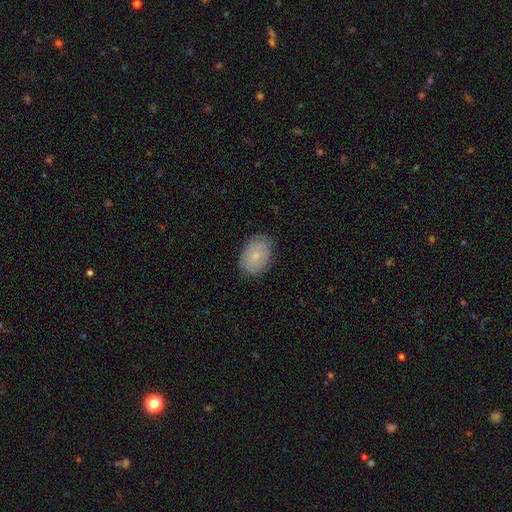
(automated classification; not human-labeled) Smooth or featured? smooth (74%)
How rounded? in between (82%)
Merging? none (82%)